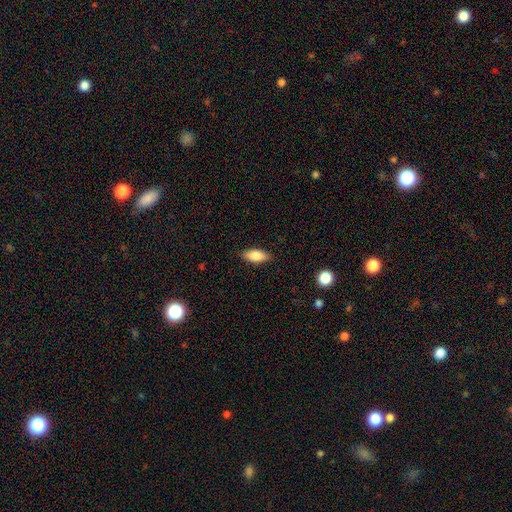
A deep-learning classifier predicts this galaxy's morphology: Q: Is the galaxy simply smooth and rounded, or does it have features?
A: smooth — 82%.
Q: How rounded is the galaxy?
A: in between — 81%.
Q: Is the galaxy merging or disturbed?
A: none — 87%.